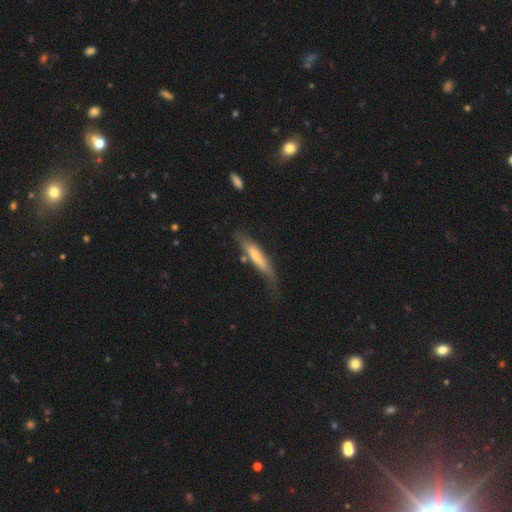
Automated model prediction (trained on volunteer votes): Morphology: type=featured or disk (47%); merging=none (50%).